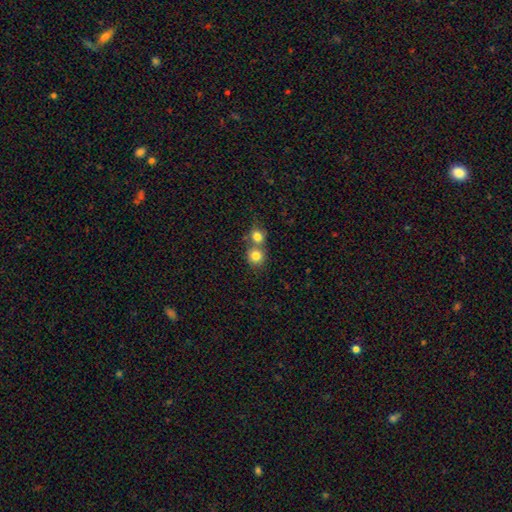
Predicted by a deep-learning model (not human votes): Overall: smooth (81%). How rounded: round (86%). Merging: merger (49%; none 44%).